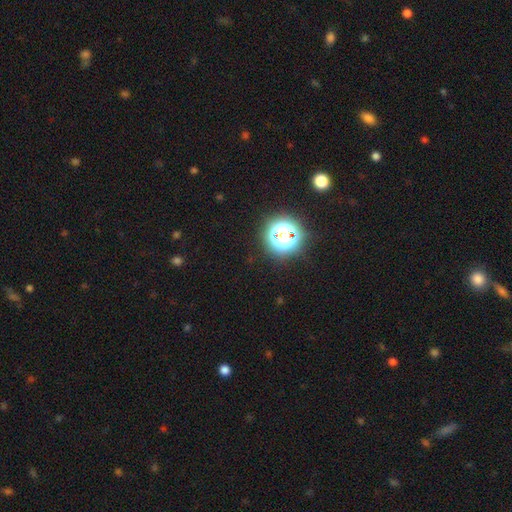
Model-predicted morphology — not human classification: type=star or artifact (78%).